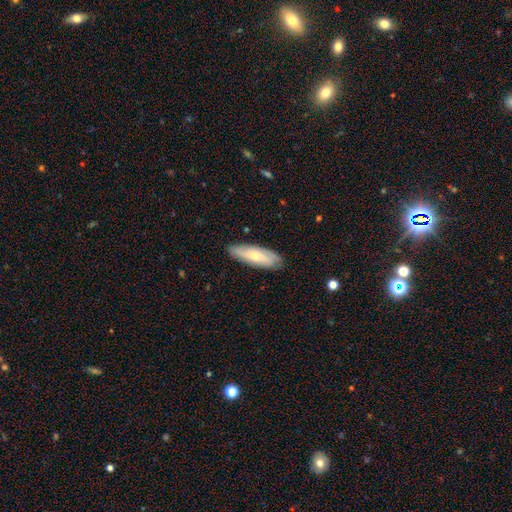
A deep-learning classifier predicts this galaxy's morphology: Smooth or featured? smooth (56%)
How rounded? in between (52%)
Merging? none (83%)